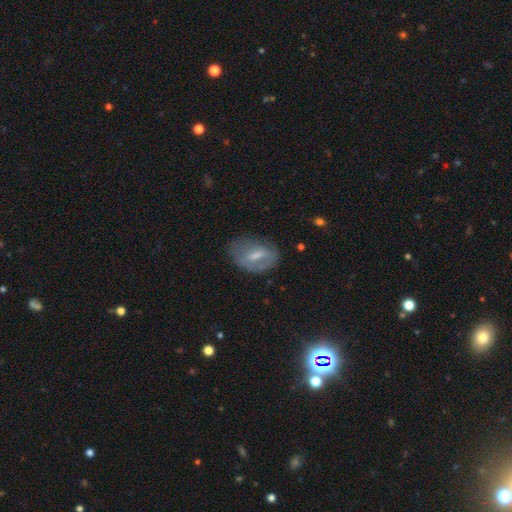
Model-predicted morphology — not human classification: type=smooth (47%); merging=none (57%).